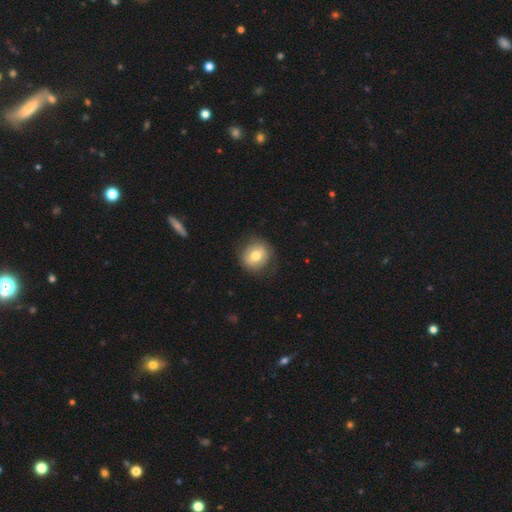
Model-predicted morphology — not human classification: Smooth or featured: smooth — 64% (featured or disk — 29%)
How rounded: round — 84% (in between — 15%)
Merging: none — 79% (minor disturbance — 14%)